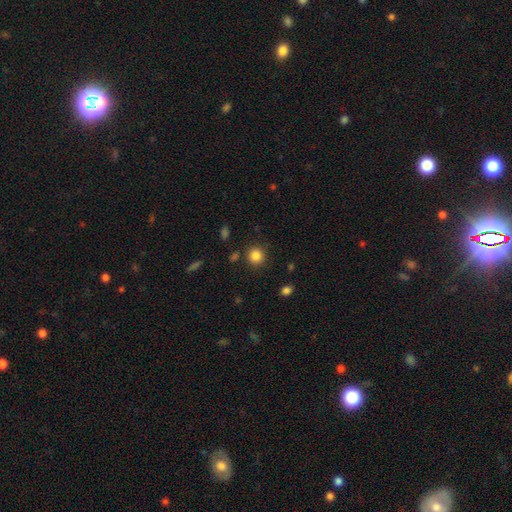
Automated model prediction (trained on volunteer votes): smooth-or-featured: smooth: 85% | star or artifact: 11% | featured or disk: 4%
  how-rounded: round: 92% | in between: 7% | cigar-shaped: 1%
  merging: none: 86% | minor disturbance: 8% | merger: 3% | major disturbance: 3%